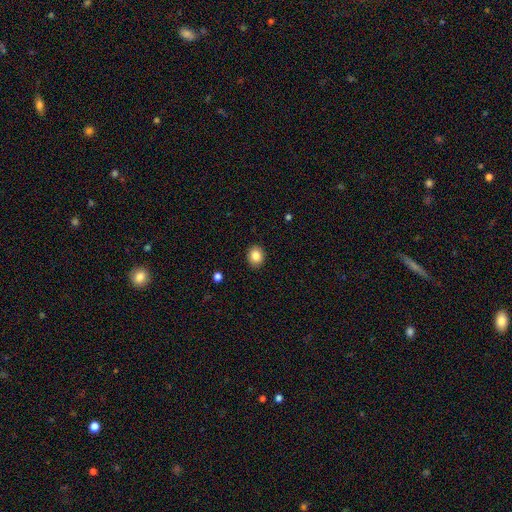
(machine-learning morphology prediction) The model was most divided on "how rounded": round: 64%, in between: 35%, cigar-shaped: 1%. More confident: merging — none (91%); smooth or featured — smooth (85%).